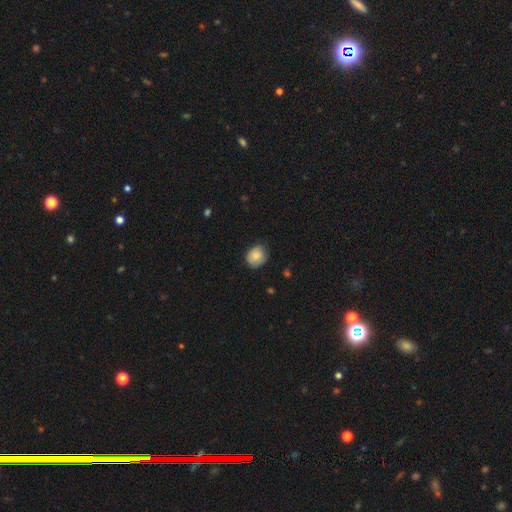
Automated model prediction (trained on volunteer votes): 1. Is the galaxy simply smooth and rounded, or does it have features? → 78% smooth, 15% featured or disk, 7% star or artifact.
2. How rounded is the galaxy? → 57% round, 43% in between, 1% cigar-shaped.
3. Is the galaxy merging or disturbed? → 66% none, 28% minor disturbance, 5% major disturbance, 1% merger.